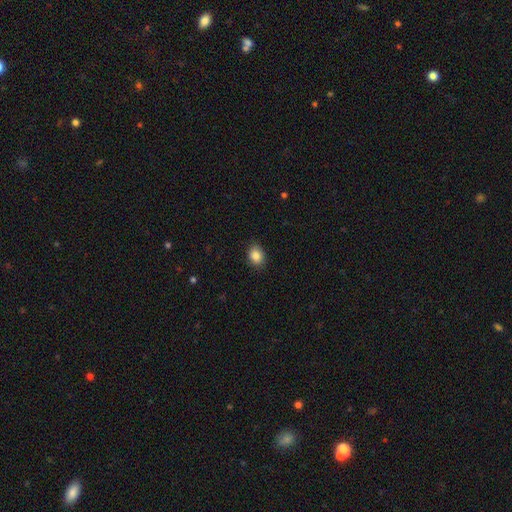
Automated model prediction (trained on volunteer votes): smooth_or_featured: smooth (p=0.86) [alt: star or artifact p=0.09]
how_rounded: in between (p=0.58) [alt: round p=0.41]
merging: none (p=0.85) [alt: minor disturbance p=0.12]